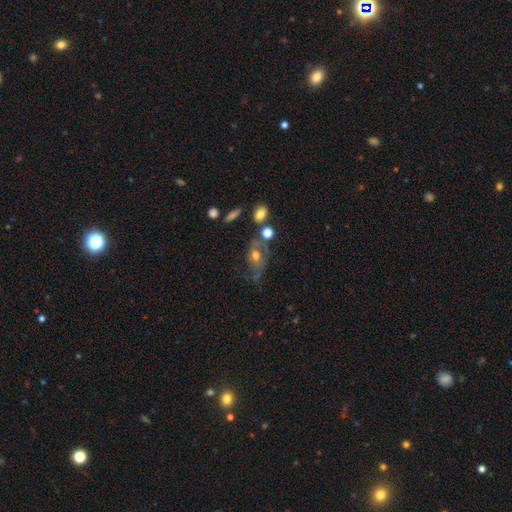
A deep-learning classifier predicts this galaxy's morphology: Q: Smooth or featured?
A: smooth (49%); runner-up: featured or disk (39%)
Q: Merging?
A: none (38%); runner-up: minor disturbance (25%)